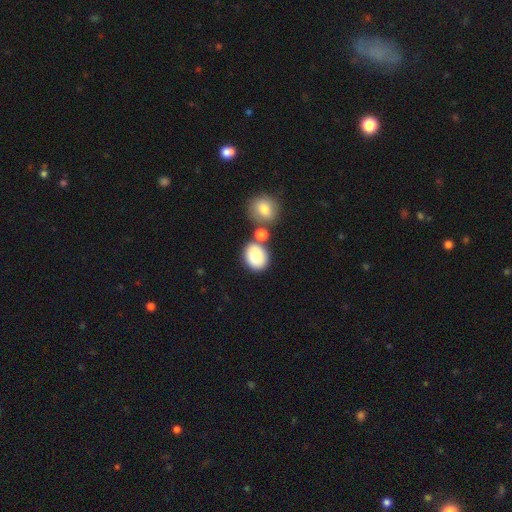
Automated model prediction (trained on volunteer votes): Morphology: type=smooth (83%); roundness=in between (52%); merging=none (62%).